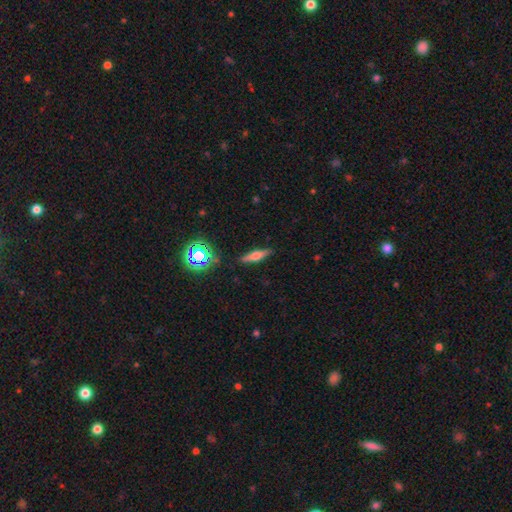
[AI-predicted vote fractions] Smooth or featured? smooth (44%, tied with featured or disk)
Merging? none (87%)